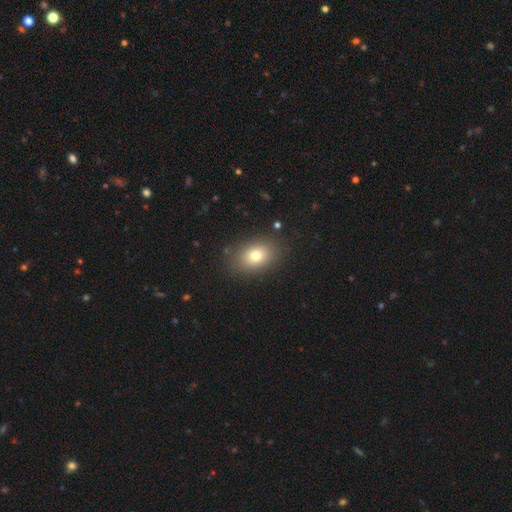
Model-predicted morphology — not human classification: Smooth or featured?
  - smooth: 77% *
  - featured or disk: 12%
  - star or artifact: 11%
How rounded?
  - in between: 75% *
  - round: 24%
  - cigar-shaped: 1%
Merging?
  - none: 85% *
  - minor disturbance: 10%
  - major disturbance: 4%
  - merger: 1%